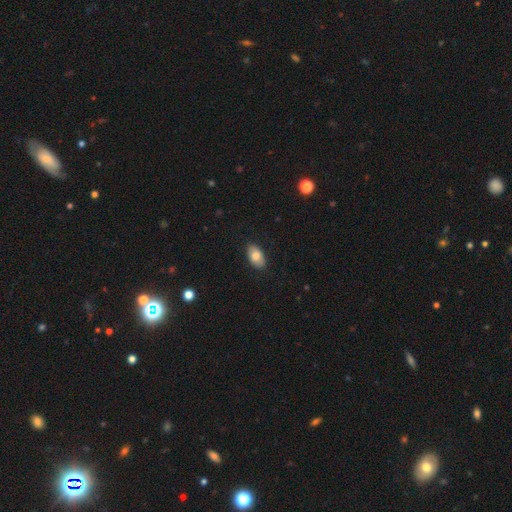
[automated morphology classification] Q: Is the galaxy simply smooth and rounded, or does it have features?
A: smooth — 80%.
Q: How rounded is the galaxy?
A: in between — 93%.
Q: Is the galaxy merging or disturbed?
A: none — 87%.